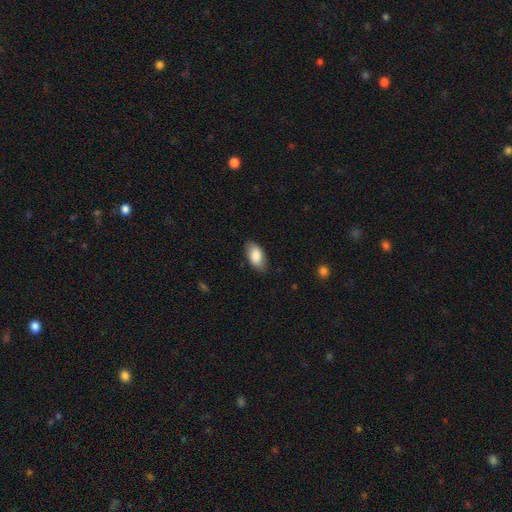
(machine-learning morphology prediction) A smooth galaxy with no disk features (84%) that is in between round and cigar-shaped (94%).

Vote fractions:
- Smooth or featured? smooth: 84% / featured or disk: 10% / star or artifact: 6%
- How rounded? in between: 94% / round: 4% / cigar-shaped: 3%
- Merging? none: 81% / minor disturbance: 14% / major disturbance: 3% / merger: 1%